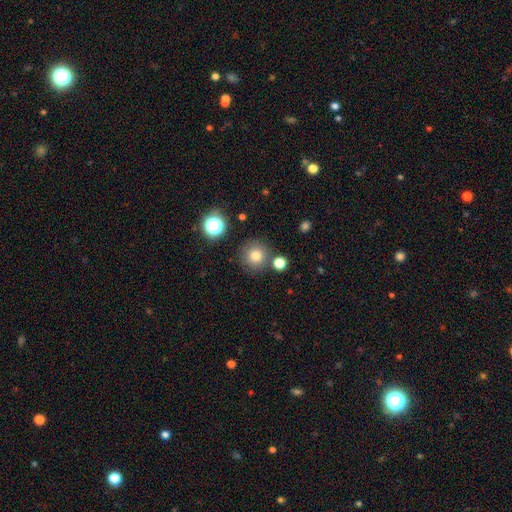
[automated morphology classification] smooth 78%, star or artifact 14%, featured or disk 8%. Down the decision tree: how rounded — round (94%); merging — none (80%).